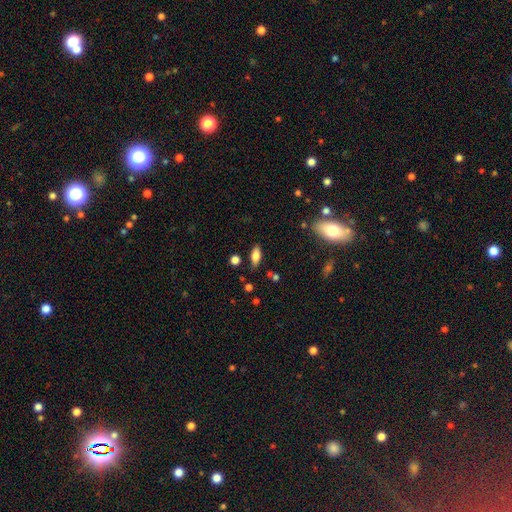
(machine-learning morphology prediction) type=smooth (77%); roundness=in between (82%); merging=none (81%).